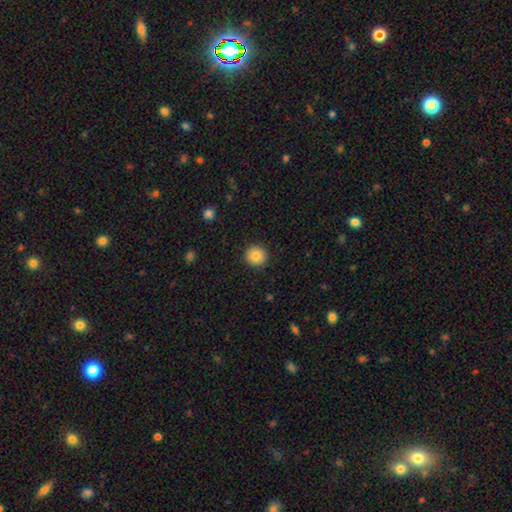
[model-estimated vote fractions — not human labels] This is clearly a smooth galaxy (84%). How rounded: clearly round (94%). Merging: clearly none (91%).